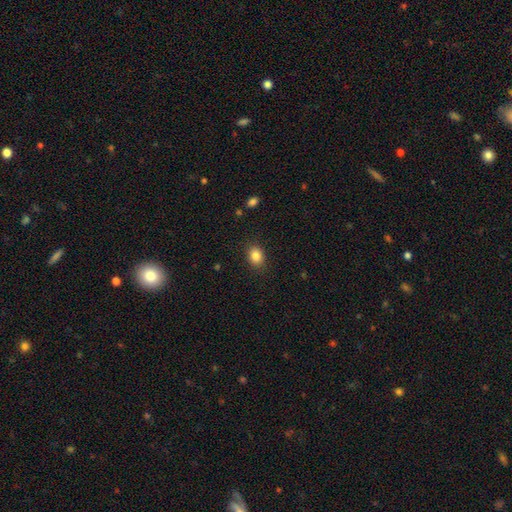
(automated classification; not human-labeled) A smooth galaxy with no disk features (85%) that is in between round and cigar-shaped (55%).

Vote fractions:
- Smooth or featured? smooth: 85% / star or artifact: 10% / featured or disk: 5%
- How rounded? in between: 55% / round: 44% / cigar-shaped: 1%
- Merging? none: 87% / minor disturbance: 9% / major disturbance: 3% / merger: 1%